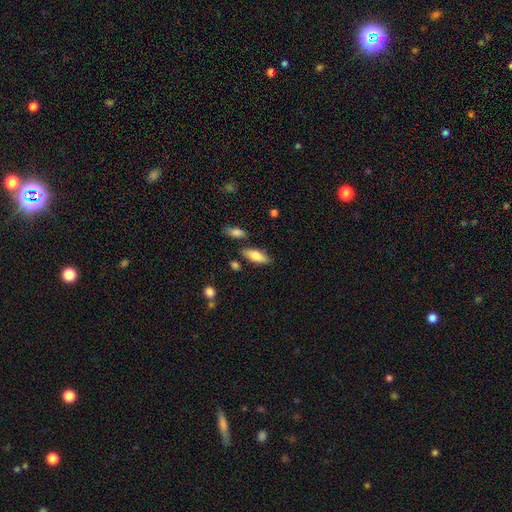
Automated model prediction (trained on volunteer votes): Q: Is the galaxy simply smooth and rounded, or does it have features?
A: smooth — 74%.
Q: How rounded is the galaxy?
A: in between — 72%.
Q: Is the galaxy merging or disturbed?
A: none — 79%.